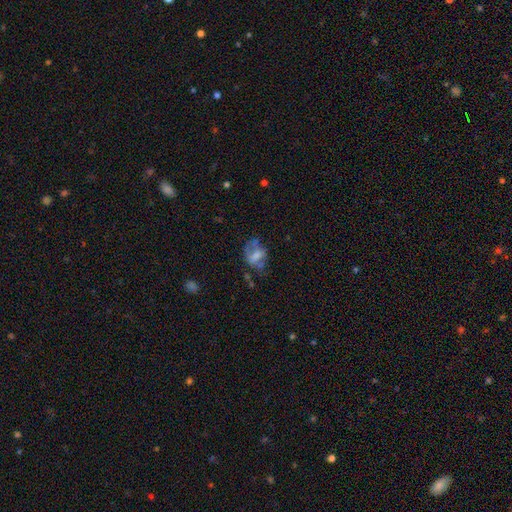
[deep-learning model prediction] Smooth or featured? Predicted: smooth (p=0.45). Merging? Predicted: none (p=0.36).